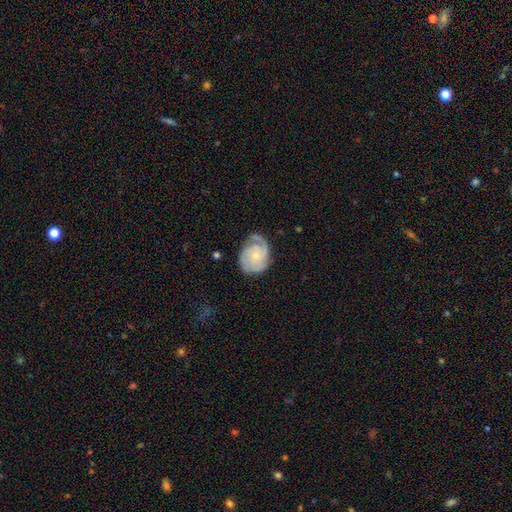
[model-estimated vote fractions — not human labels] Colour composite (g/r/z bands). It shows a featured or disk galaxy (74%) with no bar (76%), 2 (30%) tight (57%) spiral arms (93%) and a small central bulge (67%). Merging: none (58%).